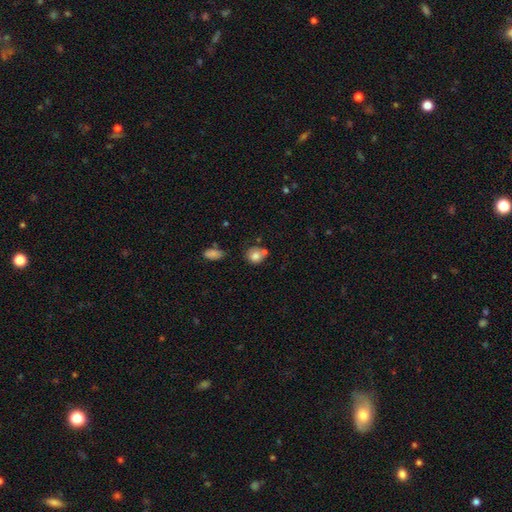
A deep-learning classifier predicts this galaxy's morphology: smooth 79%, featured or disk 11%, star or artifact 10%. Down the decision tree: how rounded — round (78%); merging — none (52%).